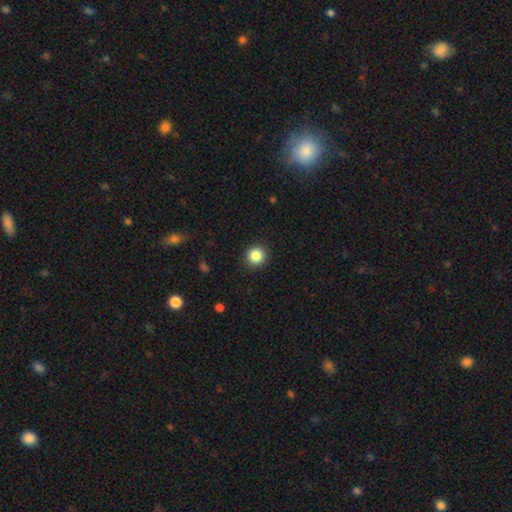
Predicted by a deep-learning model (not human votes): smooth_or_featured: smooth (p=0.85) [alt: star or artifact p=0.10]
how_rounded: round (p=0.93) [alt: in between p=0.06]
merging: none (p=0.92) [alt: minor disturbance p=0.05]